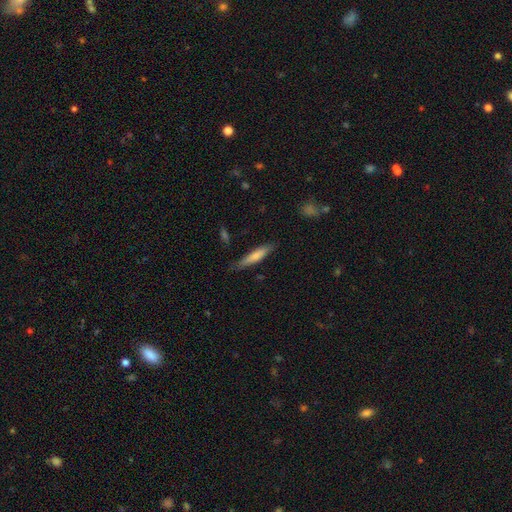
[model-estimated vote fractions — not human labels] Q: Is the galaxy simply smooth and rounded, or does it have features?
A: smooth — 72%.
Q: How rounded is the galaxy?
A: cigar-shaped — 84%.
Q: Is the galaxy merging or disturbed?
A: none — 78%.